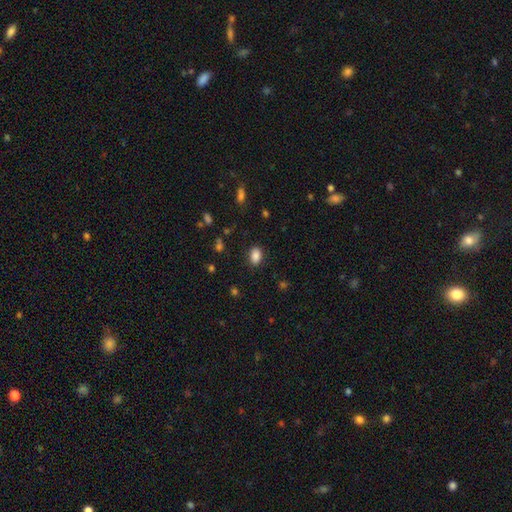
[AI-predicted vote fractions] This appears to be a smooth galaxy with no disk features (87%) that is in between round and cigar-shaped (86%). Merging: none (86%).